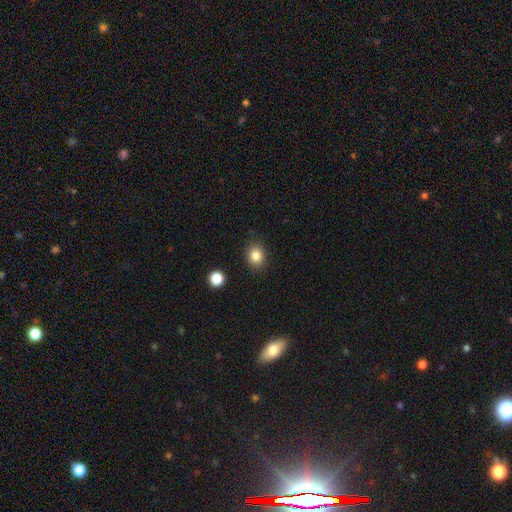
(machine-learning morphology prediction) type=smooth (85%); roundness=round (58%); merging=none (85%).